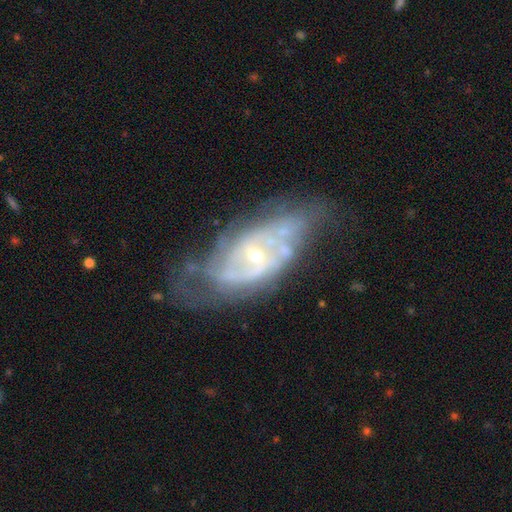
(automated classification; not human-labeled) Smooth or featured: featured or disk — 81% (smooth — 11%)
Edge-on disk: no — 93% (yes — 7%)
Bar: no — 55% (weak — 35%)
Spiral arms: yes — 82% (no — 18%)
Spiral winding: tight — 48% (medium — 38%)
Spiral arm count: can't tell — 41% (2 — 37%)
Bulge size: small — 66% (moderate — 30%)
Merging: none — 53% (minor disturbance — 26%)